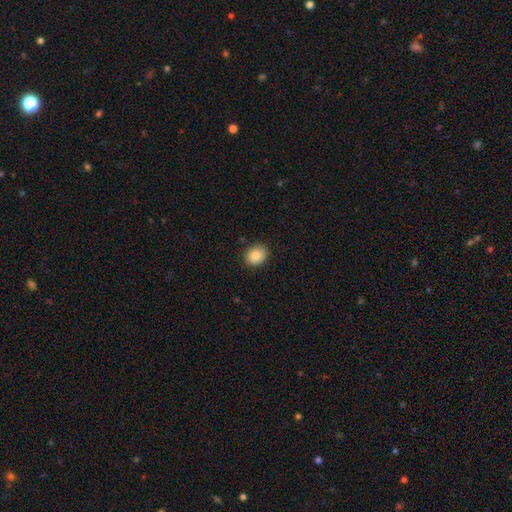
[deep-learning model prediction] Q: Smooth or featured?
A: smooth (86%); runner-up: star or artifact (8%)
Q: How rounded?
A: round (52%); runner-up: in between (47%)
Q: Merging?
A: none (87%); runner-up: minor disturbance (9%)